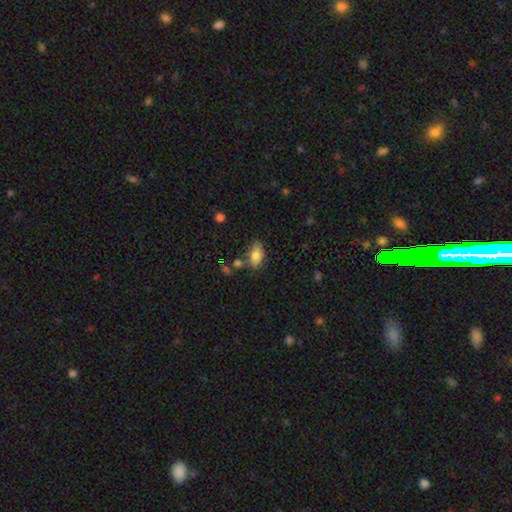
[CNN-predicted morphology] Smooth or featured: smooth — 82% (featured or disk — 10%)
How rounded: in between — 91% (round — 5%)
Merging: none — 67% (minor disturbance — 19%)